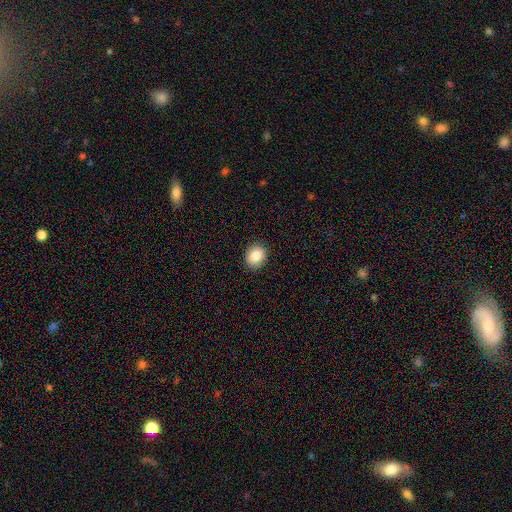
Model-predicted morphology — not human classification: Smooth or featured? smooth (86%)
How rounded? round (60%)
Merging? none (91%)